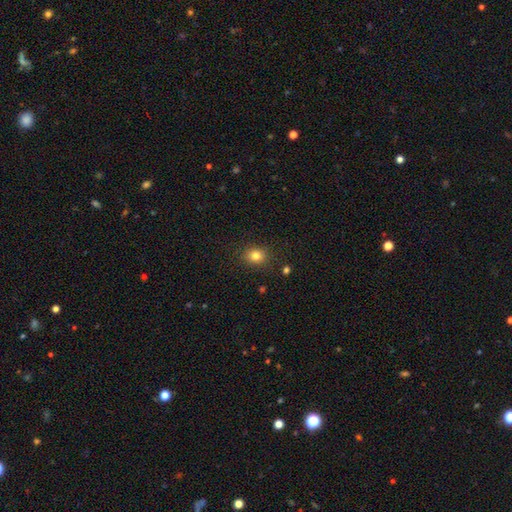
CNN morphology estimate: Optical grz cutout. It shows a smooth galaxy with no disk features (82%) that is round (63%). Merging: none (87%).